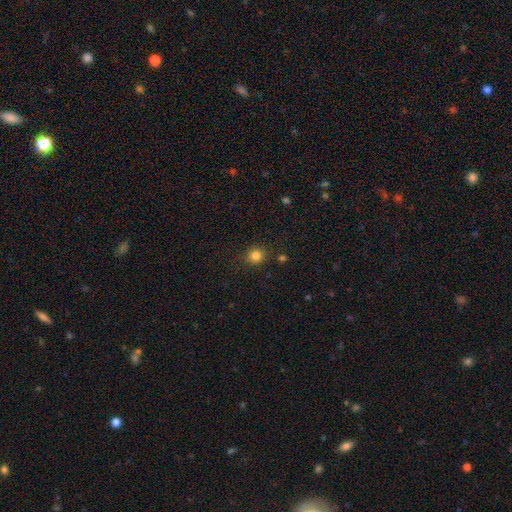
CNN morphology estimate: Smooth or featured? smooth (82%)
How rounded? round (88%)
Merging? none (86%)